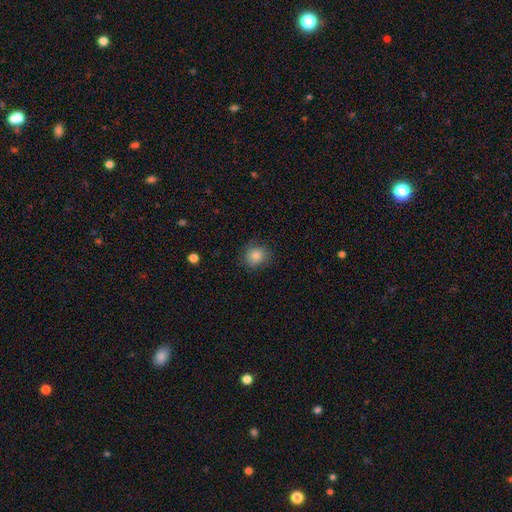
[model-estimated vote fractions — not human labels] Q: Smooth or featured?
A: smooth (85%); runner-up: star or artifact (9%)
Q: How rounded?
A: round (79%); runner-up: in between (20%)
Q: Merging?
A: none (81%); runner-up: minor disturbance (14%)